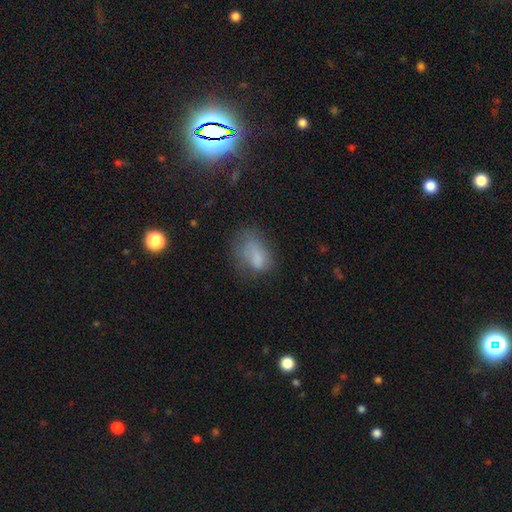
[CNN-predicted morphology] The model was most divided on "merging": none: 39%, minor disturbance: 29%, major disturbance: 28%, merger: 5%. More confident: how rounded — in between (83%); smooth or featured — smooth (65%).